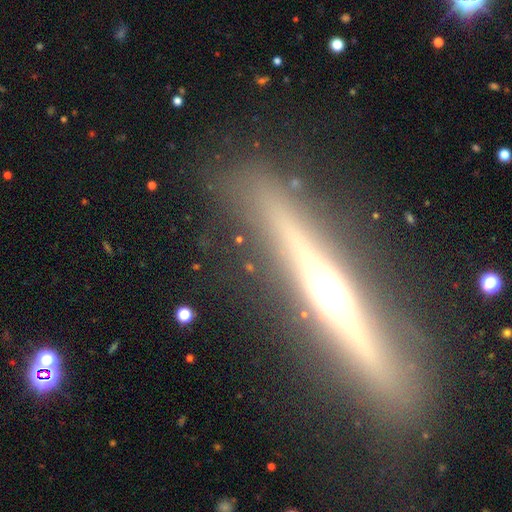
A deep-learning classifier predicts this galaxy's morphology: featured or disk 77%, smooth 15%, star or artifact 8%. Down the decision tree: edge-on disk — yes (96%); edge-on bulge — rounded (88%); merging — none (87%).